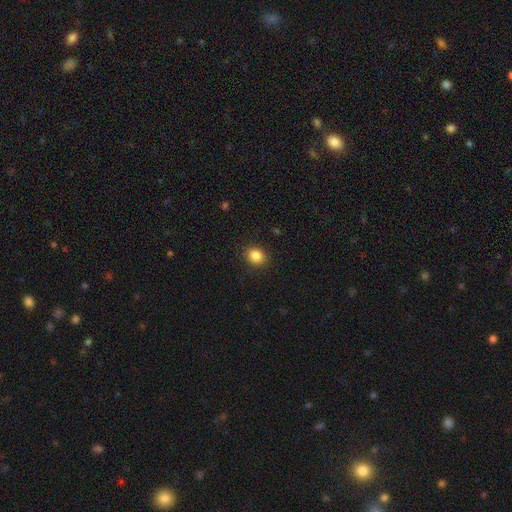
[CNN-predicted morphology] smooth 86%, star or artifact 10%, featured or disk 4%. Down the decision tree: how rounded — round (64%); merging — none (90%).